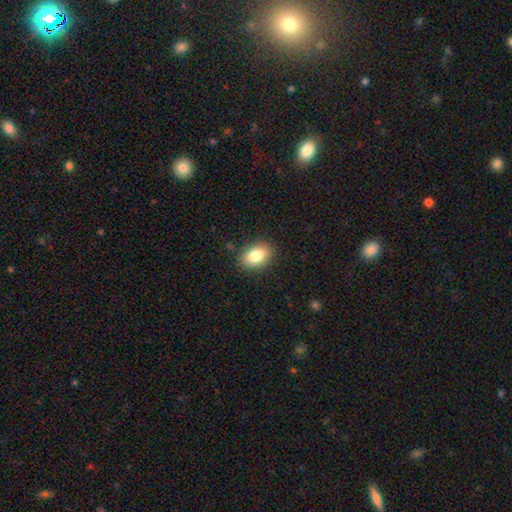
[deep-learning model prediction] Smooth or featured? Predicted: smooth (p=0.84). How rounded? Predicted: in between (p=0.87). Merging? Predicted: none (p=0.86).